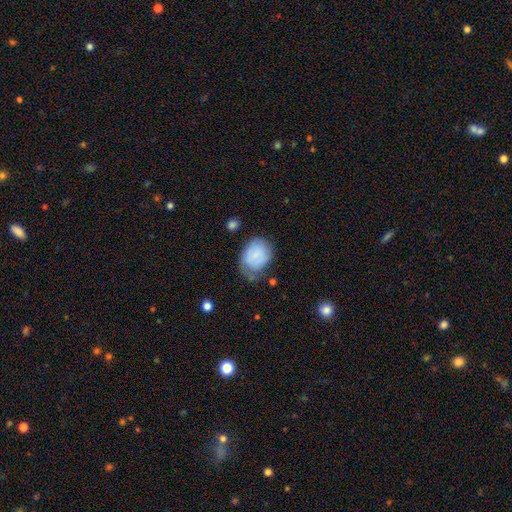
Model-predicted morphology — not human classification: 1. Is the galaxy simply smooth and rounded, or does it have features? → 71% smooth, 22% featured or disk, 7% star or artifact.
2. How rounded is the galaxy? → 51% in between, 48% round, 1% cigar-shaped.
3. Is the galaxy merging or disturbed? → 42% none, 35% minor disturbance, 20% major disturbance, 4% merger.